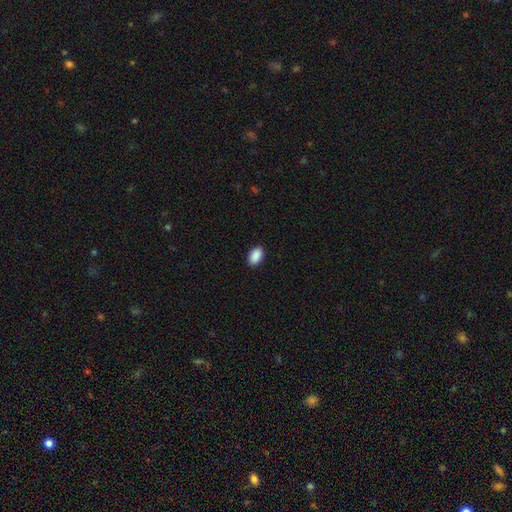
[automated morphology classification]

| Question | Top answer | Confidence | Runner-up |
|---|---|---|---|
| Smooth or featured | smooth | 91% | star or artifact (7%) |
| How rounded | in between | 92% | round (7%) |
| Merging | none | 90% | minor disturbance (7%) |